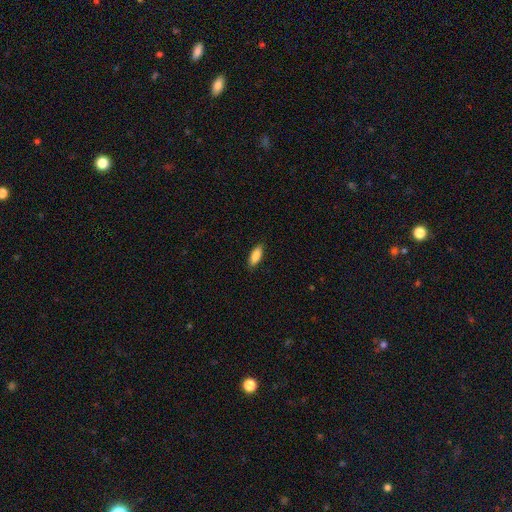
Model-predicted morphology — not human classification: Q: Smooth or featured?
A: smooth (86%); runner-up: featured or disk (8%)
Q: How rounded?
A: in between (73%); runner-up: cigar-shaped (25%)
Q: Merging?
A: none (87%); runner-up: minor disturbance (10%)